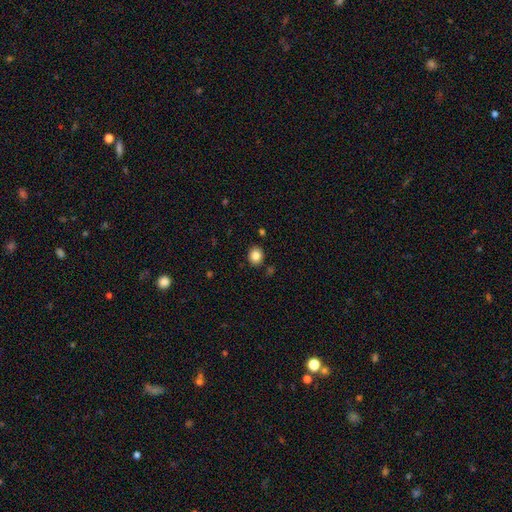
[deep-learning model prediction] Smooth or featured? smooth (84%)
How rounded? round (70%)
Merging? none (88%)